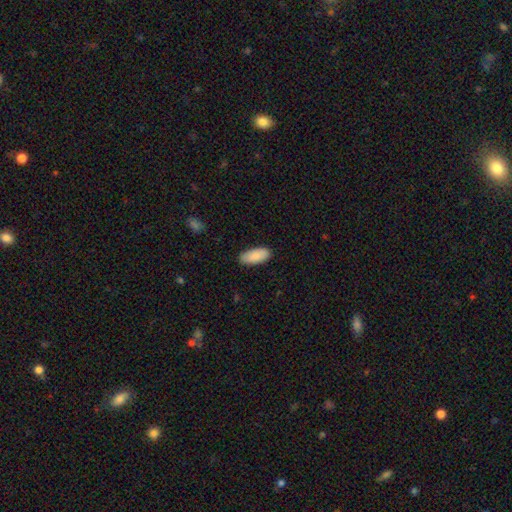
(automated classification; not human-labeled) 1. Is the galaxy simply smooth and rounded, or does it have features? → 90% smooth, 6% star or artifact, 4% featured or disk.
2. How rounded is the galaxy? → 86% in between, 12% cigar-shaped, 2% round.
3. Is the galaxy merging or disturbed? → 88% none, 9% minor disturbance, 2% major disturbance, 1% merger.